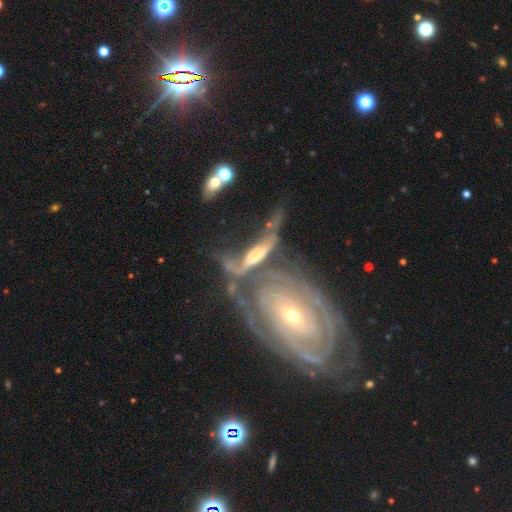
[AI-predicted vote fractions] Smooth or featured?
  - featured or disk: 67% *
  - smooth: 23%
  - star or artifact: 10%
Edge-on disk?
  - no: 72% *
  - yes: 28%
Merging?
  - merger: 48% *
  - major disturbance: 22%
  - none: 18%
  - minor disturbance: 12%